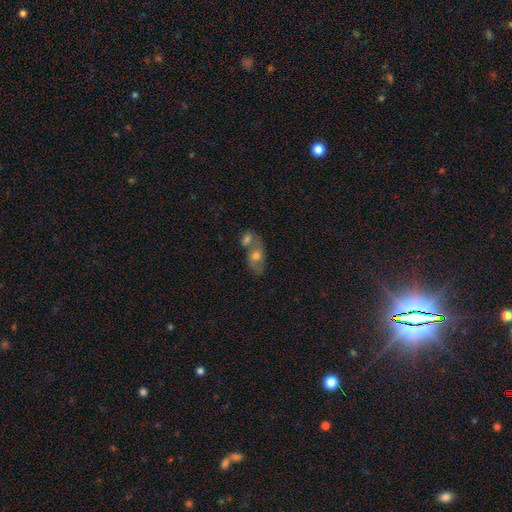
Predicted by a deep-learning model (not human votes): Q: Smooth or featured?
A: smooth (46%); runner-up: featured or disk (41%)
Q: Merging?
A: merger (49%); runner-up: none (36%)